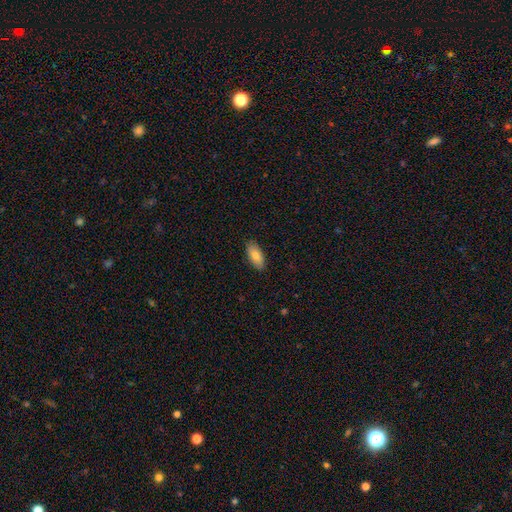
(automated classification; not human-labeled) smooth 80%, featured or disk 14%, star or artifact 6%. Down the decision tree: how rounded — in between (86%); merging — none (87%).